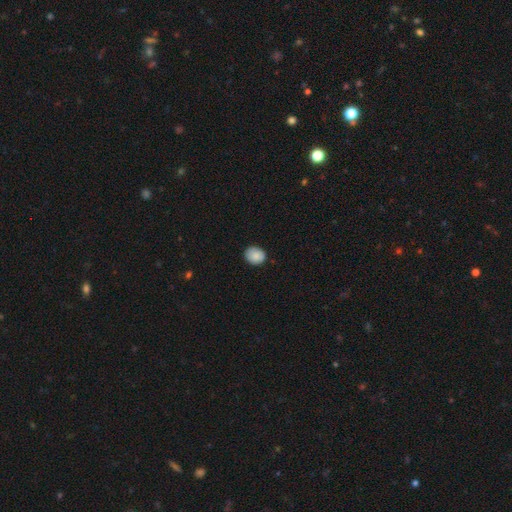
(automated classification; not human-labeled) A smooth galaxy with no disk features (88%) that is round (64%). Merging: none (85%).